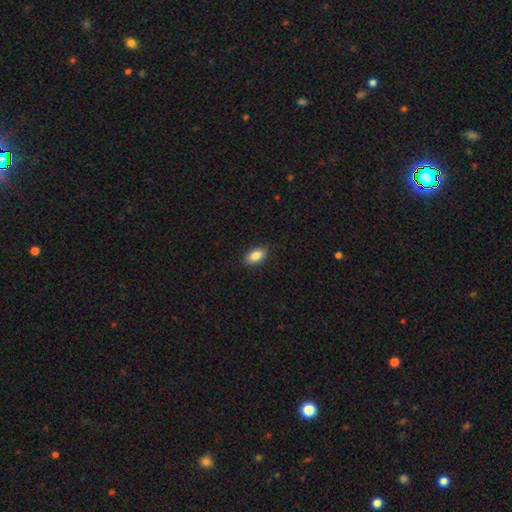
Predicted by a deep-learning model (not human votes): Smooth or featured: smooth — 87% (star or artifact — 8%)
How rounded: in between — 92% (round — 5%)
Merging: none — 88% (minor disturbance — 9%)